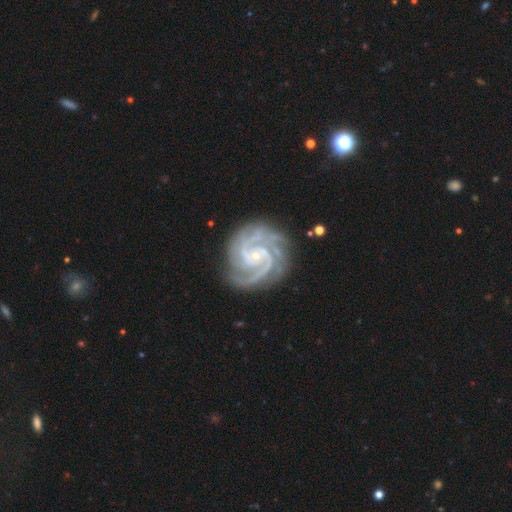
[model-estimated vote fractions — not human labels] Smooth or featured?
  - featured or disk: 93% *
  - star or artifact: 4%
  - smooth: 3%
Edge-on disk?
  - no: 98% *
  - yes: 2%
Bar?
  - no: 64% *
  - weak: 27%
  - strong: 9%
Spiral arms?
  - yes: 99% *
  - no: 1%
Spiral winding?
  - tight: 62% *
  - medium: 35%
  - loose: 4%
Spiral arm count?
  - 3: 37% *
  - 2: 25%
  - 4: 17%
  - can't tell: 9%
  - more than 4: 6%
  - 1: 6%
Bulge size?
  - small: 84% *
  - moderate: 12%
  - none: 3%
  - large: 1%
  - dominant: 1%
Merging?
  - none: 77% *
  - minor disturbance: 16%
  - major disturbance: 5%
  - merger: 2%